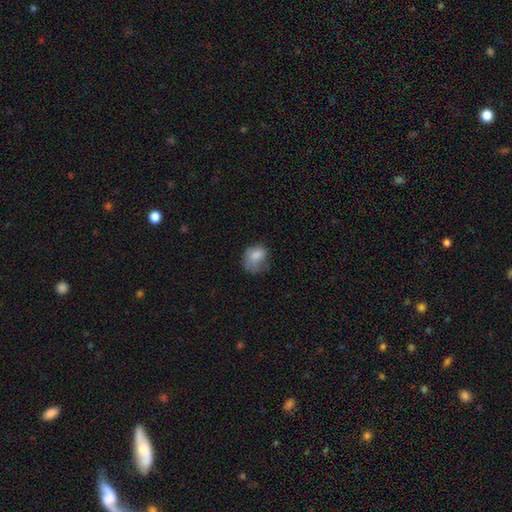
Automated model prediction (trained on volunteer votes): Smooth or featured?
  - smooth: 74% *
  - featured or disk: 17%
  - star or artifact: 9%
How rounded?
  - round: 50% *
  - in between: 49%
  - cigar-shaped: 1%
Merging?
  - none: 40% *
  - minor disturbance: 32%
  - major disturbance: 26%
  - merger: 2%